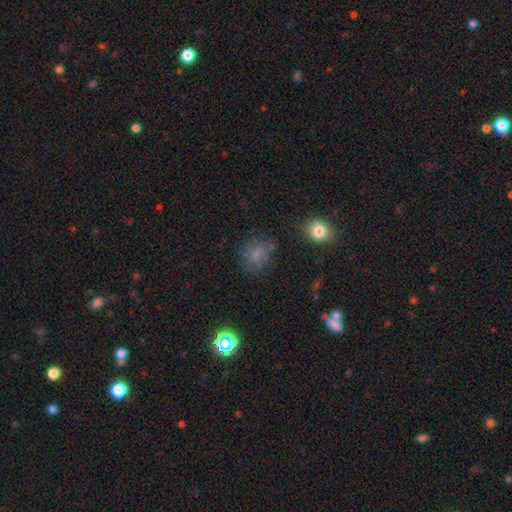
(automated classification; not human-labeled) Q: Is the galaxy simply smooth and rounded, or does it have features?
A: smooth — 70%.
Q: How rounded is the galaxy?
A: round — 62%.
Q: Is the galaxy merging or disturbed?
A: none — 67%.